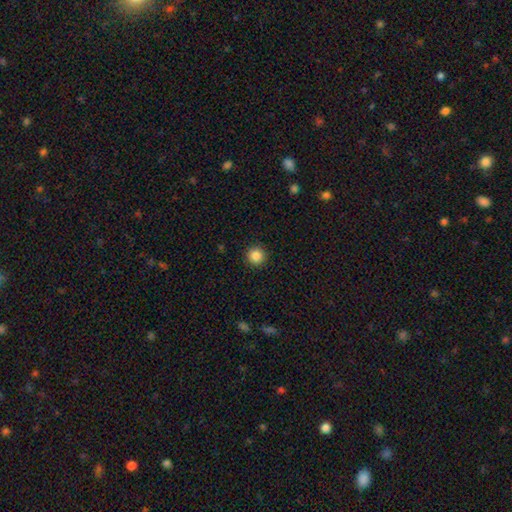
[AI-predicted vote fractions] smooth 86%, star or artifact 10%, featured or disk 4%. Down the decision tree: how rounded — round (96%); merging — none (93%).